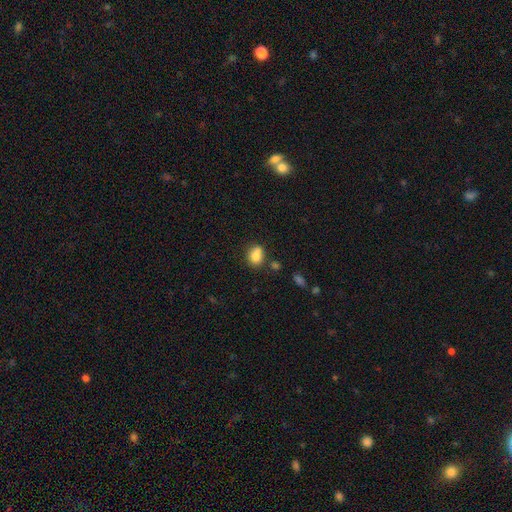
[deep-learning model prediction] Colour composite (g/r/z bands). It shows a smooth galaxy with no disk features (77%) that is round (58%). Merging: none (43%).